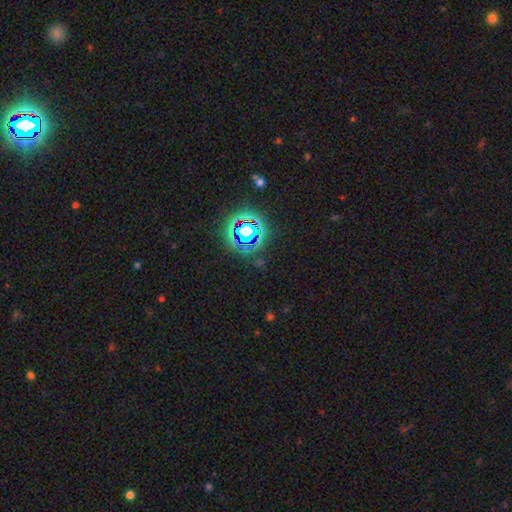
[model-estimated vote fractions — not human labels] Q: Smooth or featured?
A: star or artifact (80%); runner-up: smooth (12%)